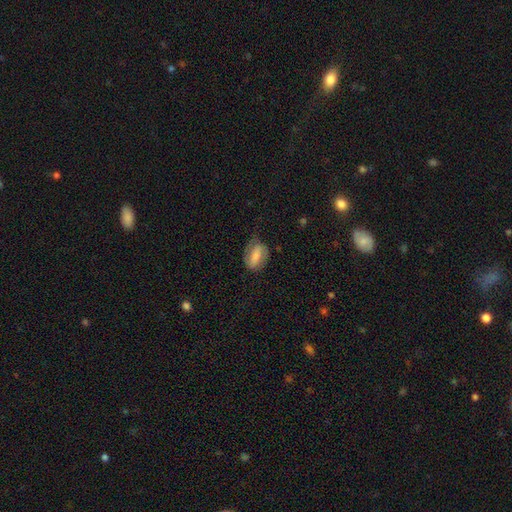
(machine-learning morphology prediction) smooth_or_featured: smooth (p=0.48) [alt: featured or disk p=0.45]
merging: none (p=0.61) [alt: minor disturbance p=0.25]